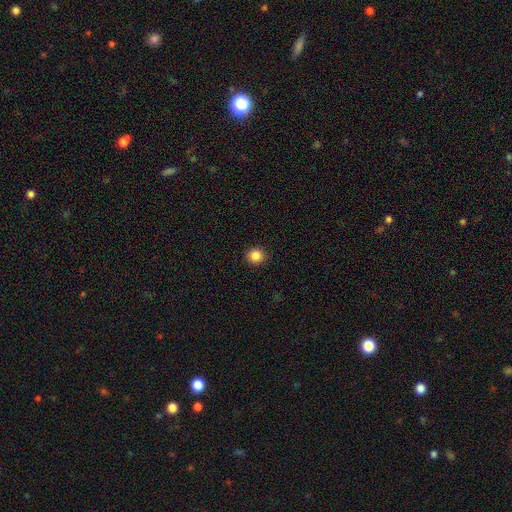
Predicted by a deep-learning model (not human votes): smooth_or_featured: smooth (p=0.86) [alt: star or artifact p=0.11]
how_rounded: round (p=0.92) [alt: in between p=0.07]
merging: none (p=0.92) [alt: minor disturbance p=0.05]